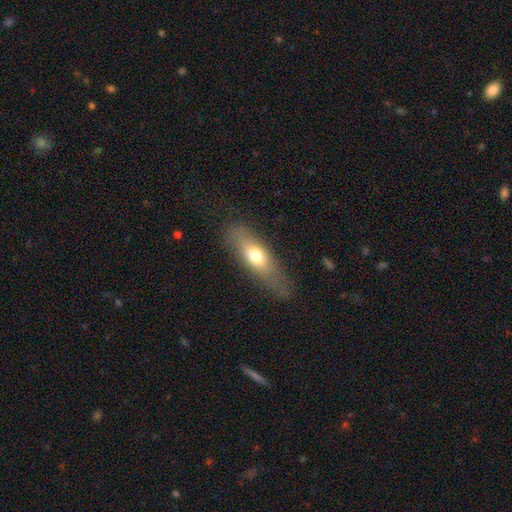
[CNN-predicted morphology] smooth 63%, featured or disk 30%, star or artifact 7%. Down the decision tree: how rounded — in between (51%); merging — none (71%).